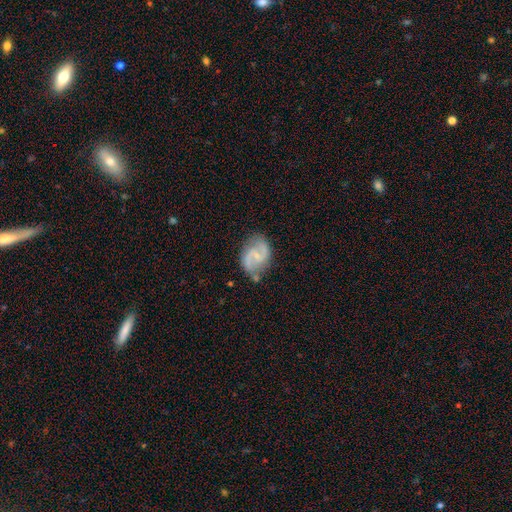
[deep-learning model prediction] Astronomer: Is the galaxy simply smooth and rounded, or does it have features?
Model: featured or disk — 85%.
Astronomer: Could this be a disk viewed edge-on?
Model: no — 98%.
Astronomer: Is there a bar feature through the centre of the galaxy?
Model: weak — 49% (runner-up: no, 40%).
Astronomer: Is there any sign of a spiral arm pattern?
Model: yes — 96%.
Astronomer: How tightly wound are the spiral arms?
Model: medium — 55%.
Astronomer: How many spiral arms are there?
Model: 2 — 92%.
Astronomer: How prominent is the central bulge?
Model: small — 65%.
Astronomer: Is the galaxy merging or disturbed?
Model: none — 73%.